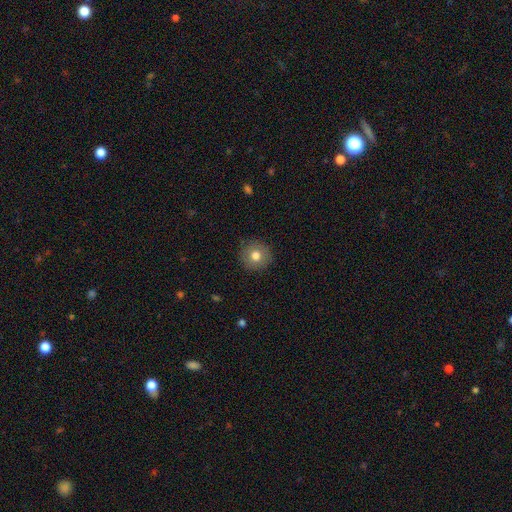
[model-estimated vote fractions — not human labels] This appears to be a smooth galaxy with no disk features (78%) that is round (94%). Merging: none (89%).